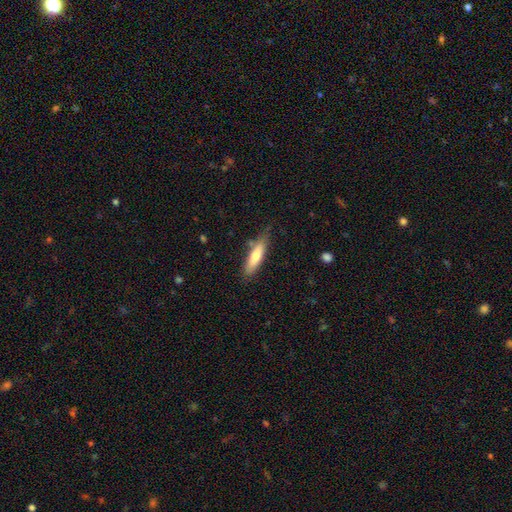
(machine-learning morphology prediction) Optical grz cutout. It shows a smooth galaxy with no disk features (67%) that is cigar-shaped (67%). Merging: none (73%).